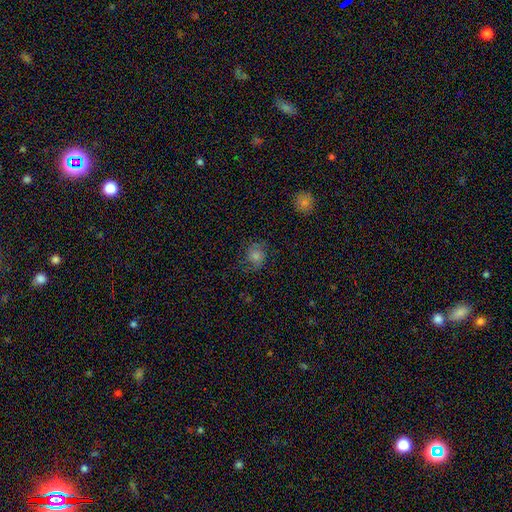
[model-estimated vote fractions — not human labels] This is marginally a smooth galaxy (42%). Merging: likely none (72%).